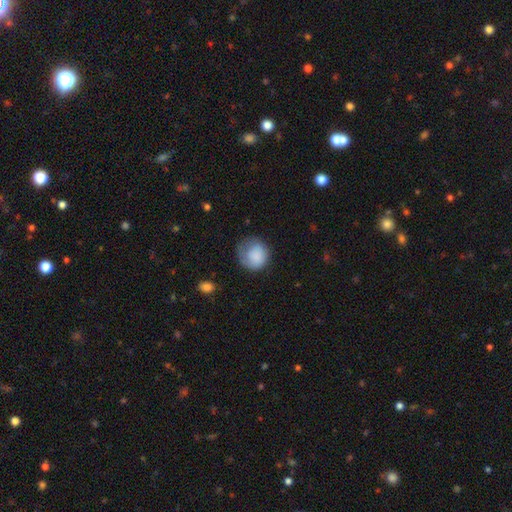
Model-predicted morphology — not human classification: smooth 80%, featured or disk 14%, star or artifact 6%. Down the decision tree: how rounded — round (82%); merging — none (52%).